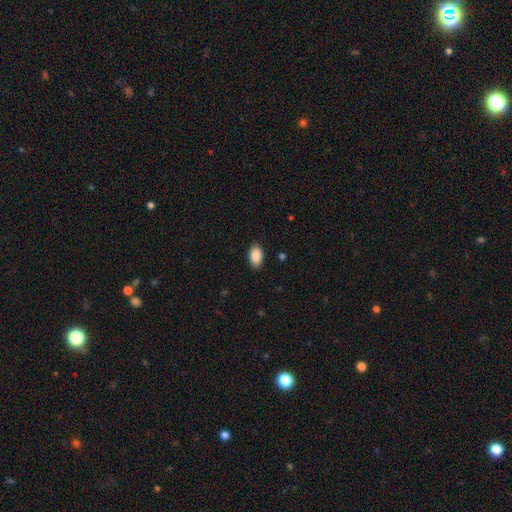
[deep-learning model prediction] The model was most divided on "merging": none: 87%, minor disturbance: 10%, major disturbance: 2%, merger: 1%. More confident: how rounded — in between (93%); smooth or featured — smooth (89%).